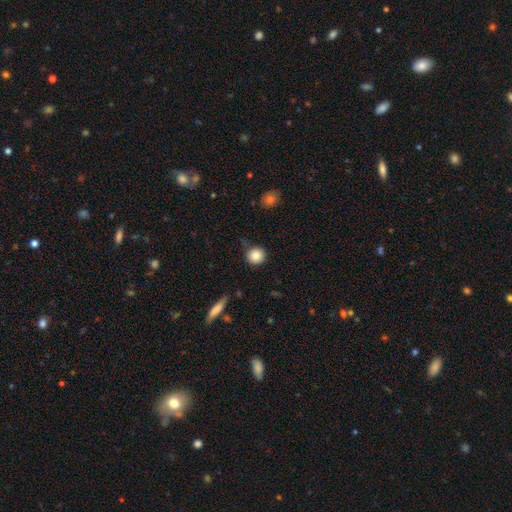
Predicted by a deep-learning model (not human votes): Smooth or featured? smooth (86%)
How rounded? round (92%)
Merging? none (80%)